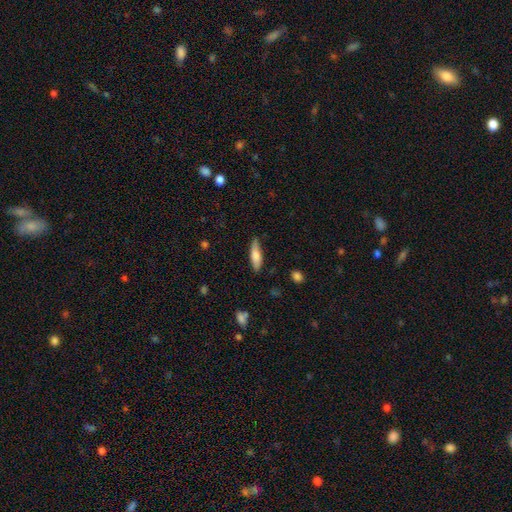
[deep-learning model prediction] A smooth galaxy with no disk features (75%) that is cigar-shaped (56%).

Vote fractions:
- Smooth or featured? smooth: 75% / featured or disk: 19% / star or artifact: 6%
- How rounded? cigar-shaped: 56% / in between: 42% / round: 2%
- Merging? none: 80% / minor disturbance: 16% / major disturbance: 3% / merger: 1%